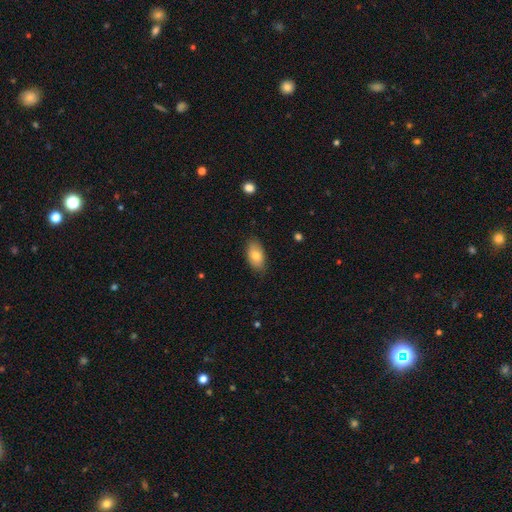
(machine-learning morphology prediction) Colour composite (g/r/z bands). It shows a smooth galaxy with no disk features (79%) that is in between round and cigar-shaped (92%). Merging: none (80%).